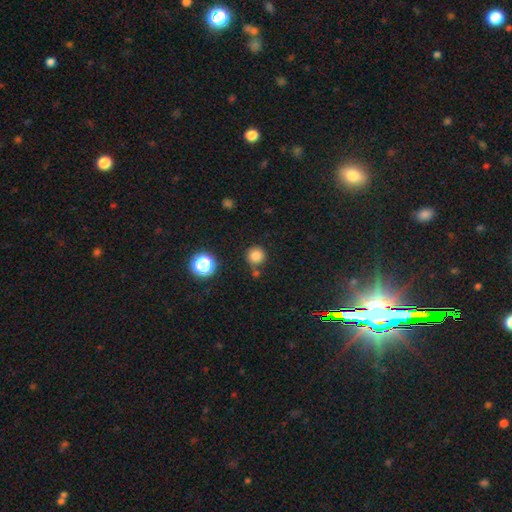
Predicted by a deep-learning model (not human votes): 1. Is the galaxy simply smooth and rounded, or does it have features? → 81% smooth, 14% star or artifact, 5% featured or disk.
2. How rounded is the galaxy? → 94% round, 5% in between, 1% cigar-shaped.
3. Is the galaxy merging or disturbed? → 78% none, 9% merger, 9% minor disturbance, 3% major disturbance.